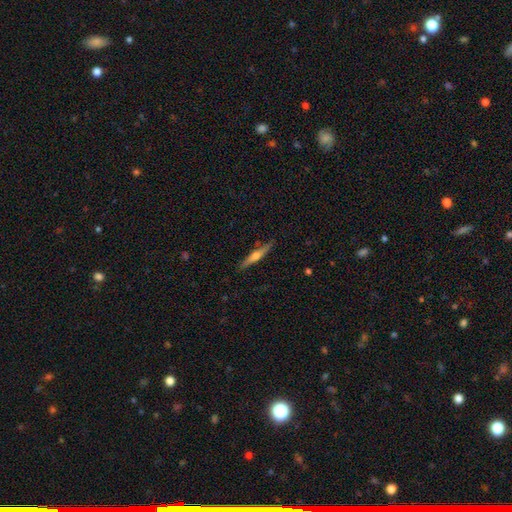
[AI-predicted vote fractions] smooth_or_featured: featured or disk (p=0.60) [alt: smooth p=0.34]
disk_edge_on: yes (p=0.96) [alt: no p=0.04]
edge_on_bulge: rounded (p=0.88) [alt: none p=0.08]
merging: none (p=0.87) [alt: minor disturbance p=0.10]